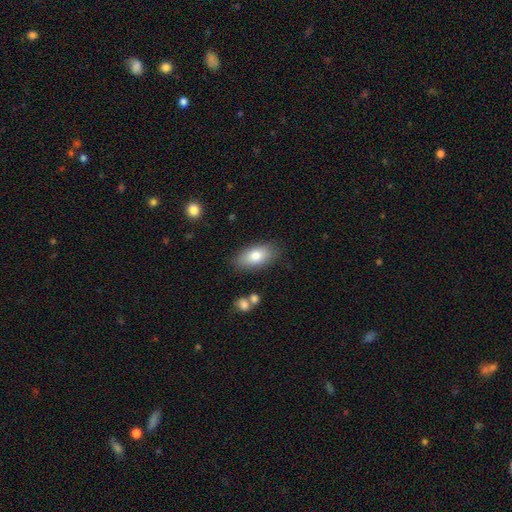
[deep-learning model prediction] Overall: smooth (79%). How rounded: in between (91%). Merging: none (83%).